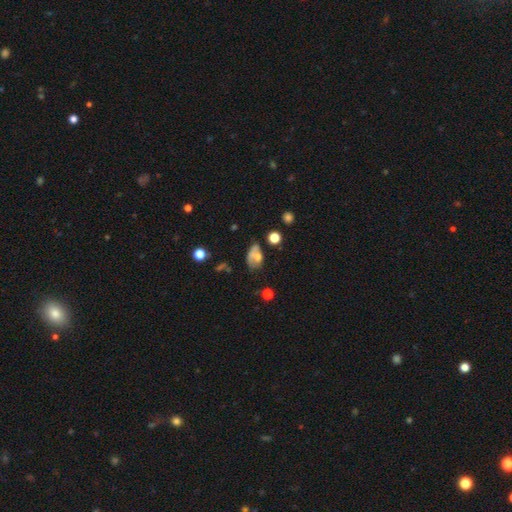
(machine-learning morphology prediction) A smooth galaxy with no disk features (57%) that is in between round and cigar-shaped (77%). Merging: none (33%).